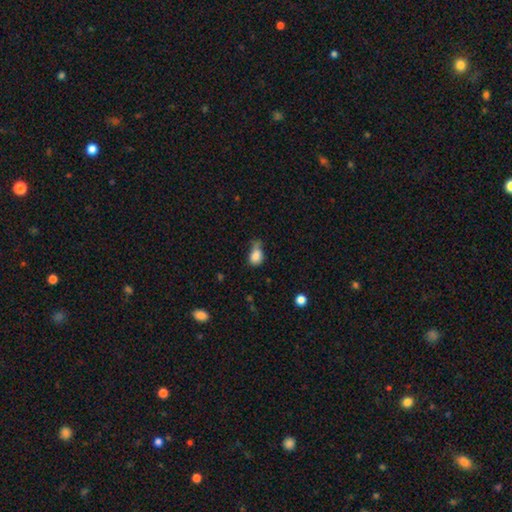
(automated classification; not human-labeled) The model was most divided on "merging": minor disturbance: 39%, none: 34%, major disturbance: 17%, merger: 9%. More confident: smooth or featured — smooth (83%); how rounded — in between (70%).